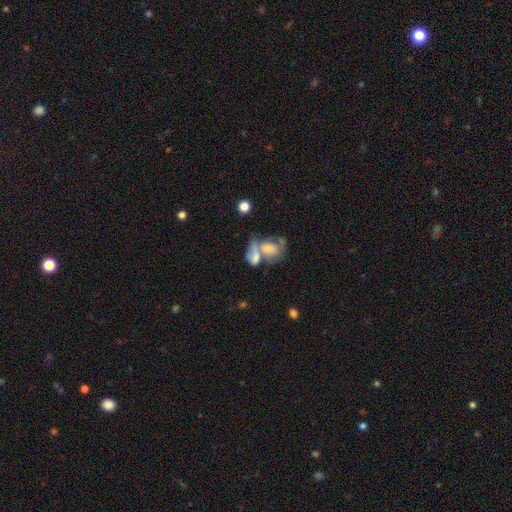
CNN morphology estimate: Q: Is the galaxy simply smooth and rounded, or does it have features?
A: smooth — 51%.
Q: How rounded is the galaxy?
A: in between — 72%.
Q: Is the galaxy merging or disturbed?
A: merger — 60%.